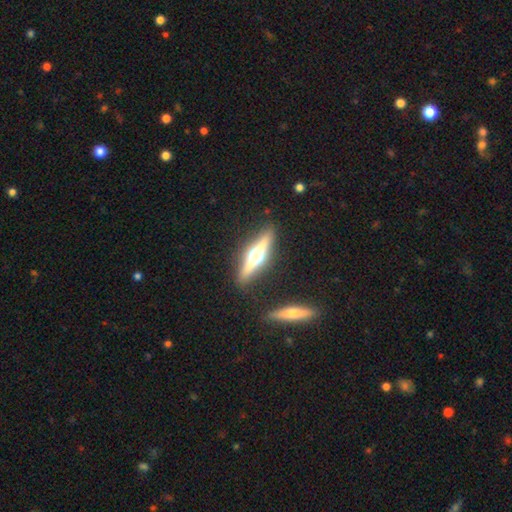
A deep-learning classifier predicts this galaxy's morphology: Smooth or featured? Predicted: featured or disk (p=0.77). Edge-on disk? Predicted: yes (p=0.97). Edge-on bulge? Predicted: rounded (p=0.96). Merging? Predicted: none (p=0.88).